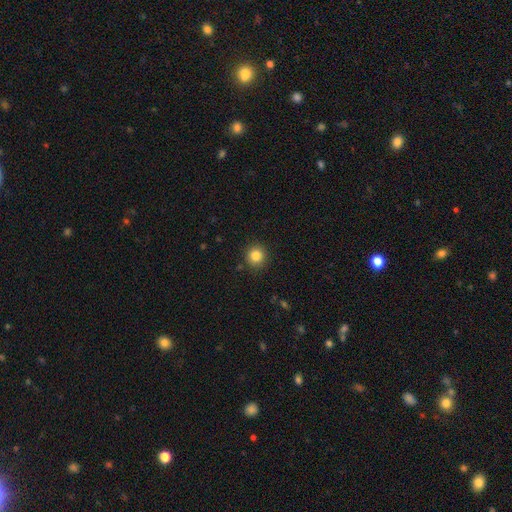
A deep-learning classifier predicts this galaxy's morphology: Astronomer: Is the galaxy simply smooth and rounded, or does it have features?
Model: smooth — 84%.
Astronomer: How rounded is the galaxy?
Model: round — 93%.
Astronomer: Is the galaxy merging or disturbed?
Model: none — 90%.